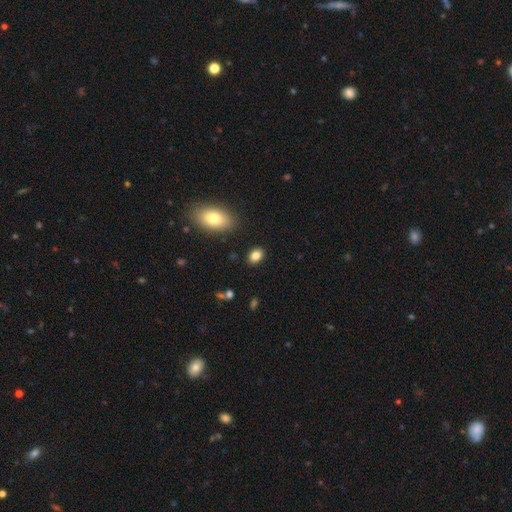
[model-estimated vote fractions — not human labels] Smooth or featured: smooth — 84% (star or artifact — 10%)
How rounded: in between — 78% (round — 21%)
Merging: none — 87% (minor disturbance — 9%)